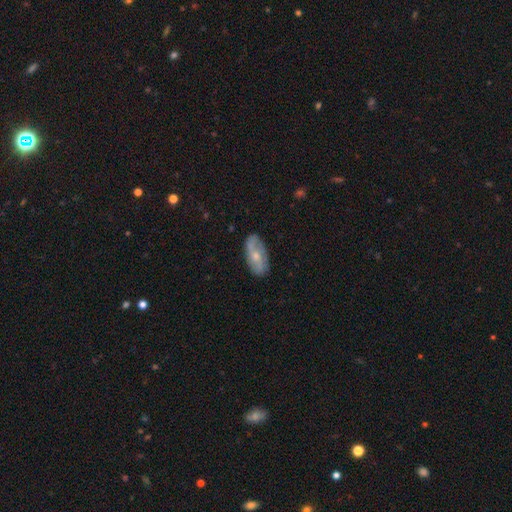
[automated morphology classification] A featured or disk galaxy (52%).

Vote fractions:
- Smooth or featured? featured or disk: 52% / smooth: 41% / star or artifact: 7%
- Edge-on disk? no: 87% / yes: 13%
- Merging? none: 79% / minor disturbance: 16% / major disturbance: 4% / merger: 1%